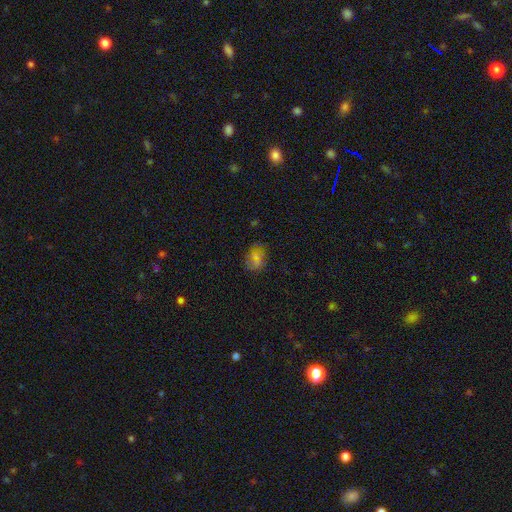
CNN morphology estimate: Smooth or featured?
  - smooth: 58% *
  - star or artifact: 28%
  - featured or disk: 14%
How rounded?
  - in between: 65% *
  - round: 33%
  - cigar-shaped: 2%
Merging?
  - none: 78% *
  - minor disturbance: 14%
  - major disturbance: 4%
  - merger: 4%